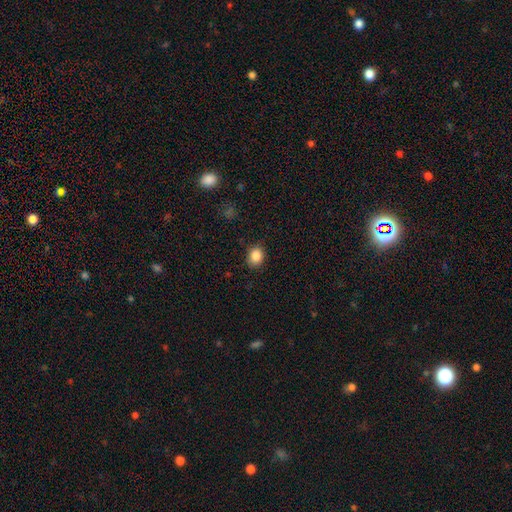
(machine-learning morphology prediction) This appears to be a smooth galaxy with no disk features (86%) that is round (61%). Merging: none (86%).